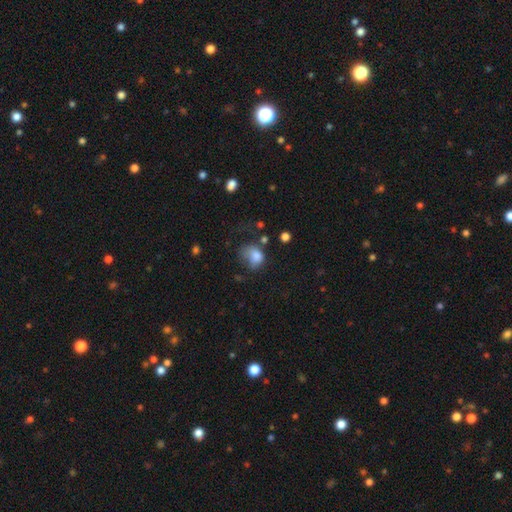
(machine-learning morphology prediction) Q: Smooth or featured?
A: smooth (76%); runner-up: featured or disk (14%)
Q: How rounded?
A: in between (52%); runner-up: round (47%)
Q: Merging?
A: major disturbance (39%); runner-up: minor disturbance (28%)